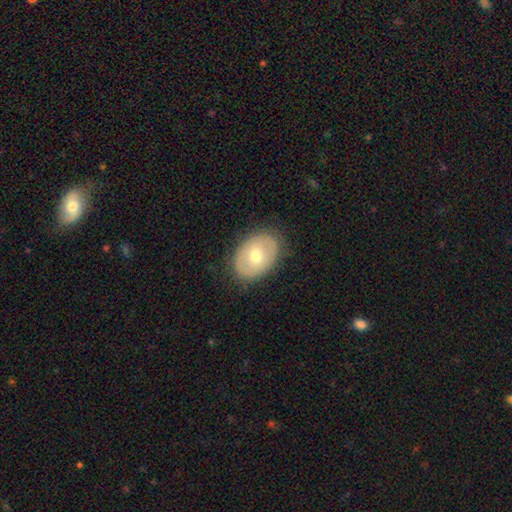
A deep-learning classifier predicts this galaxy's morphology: A smooth galaxy with no disk features (60%) that is in between round and cigar-shaped (77%). Merging: none (84%).